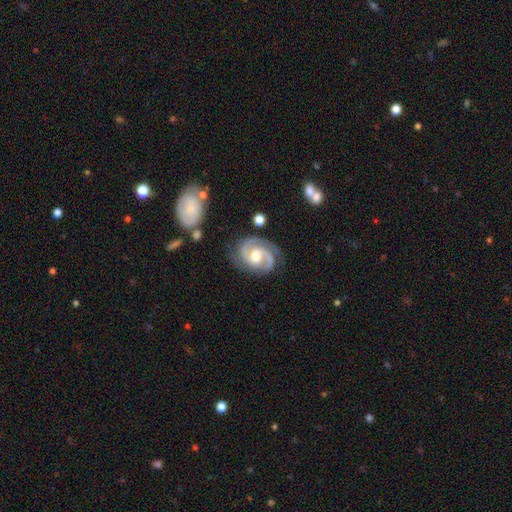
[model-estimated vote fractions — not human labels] Overall: featured or disk (91%). Edge-on disk: no (98%). Bar: no (45%; weak 43%). Spiral arms: yes (98%). Spiral arm count: 2 (87%). Spiral winding: medium (52%; tight 38%). Bulge size: moderate (72%). Merging: none (77%).